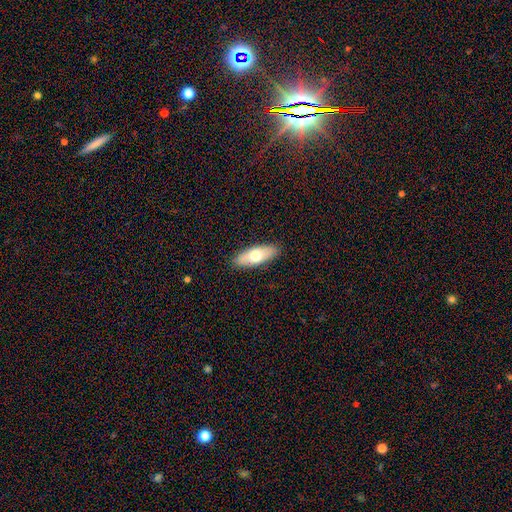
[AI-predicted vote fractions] A smooth galaxy with no disk features (67%) that is in between round and cigar-shaped (69%). Merging: none (89%).